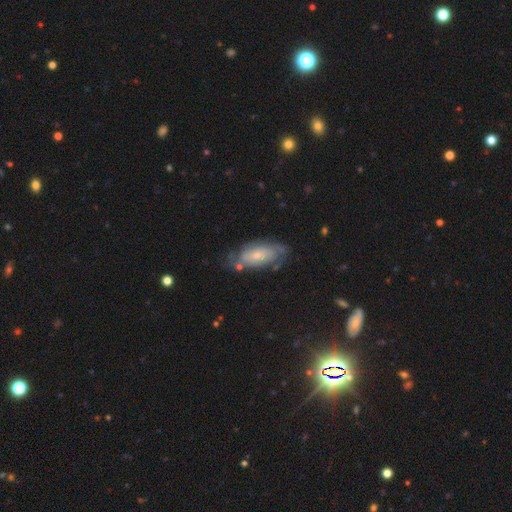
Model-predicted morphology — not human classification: featured or disk 59%, smooth 32%, star or artifact 9%. Down the decision tree: edge-on disk — no (88%); bar — no (72%); spiral arms — yes (79%); bulge size — small (62%); merging — none (65%).